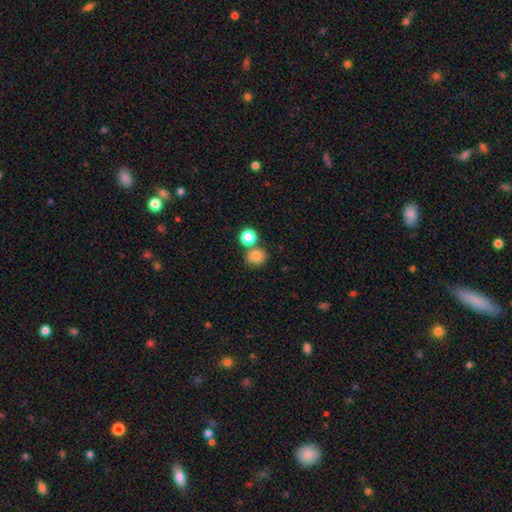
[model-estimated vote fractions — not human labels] This appears to be a smooth galaxy with no disk features (81%) that is round (83%). Merging: none (66%).